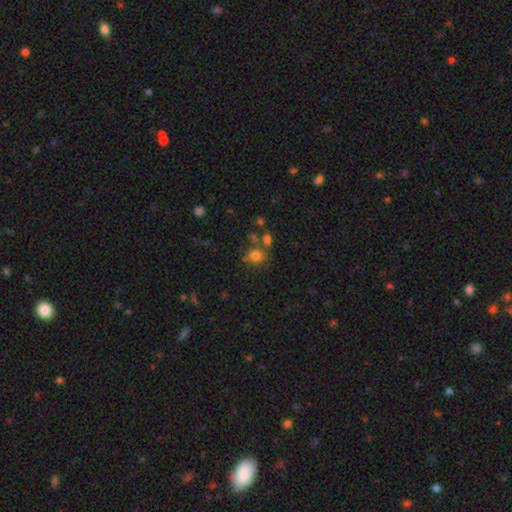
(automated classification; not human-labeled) A smooth galaxy with no disk features (73%) that is round (59%). Merging: none (52%).